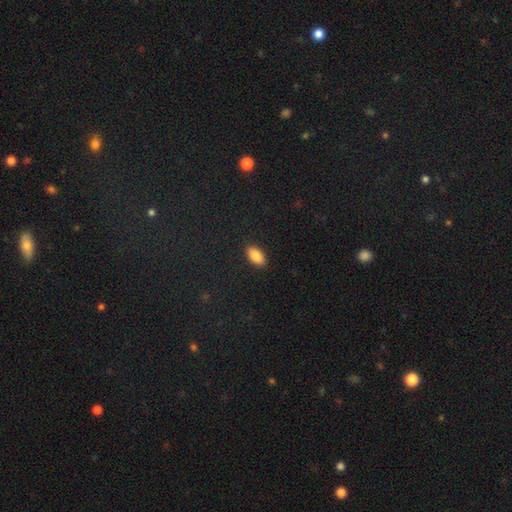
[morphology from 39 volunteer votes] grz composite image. It shows a smooth galaxy with no disk features (90%) that is in between round and cigar-shaped (94%). Merging: none (92%).